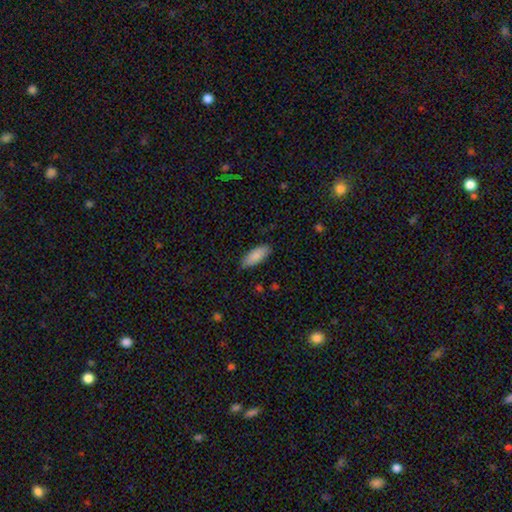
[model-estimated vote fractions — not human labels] Smooth or featured: smooth — 87% (featured or disk — 7%)
How rounded: in between — 77% (cigar-shaped — 21%)
Merging: none — 82% (minor disturbance — 14%)